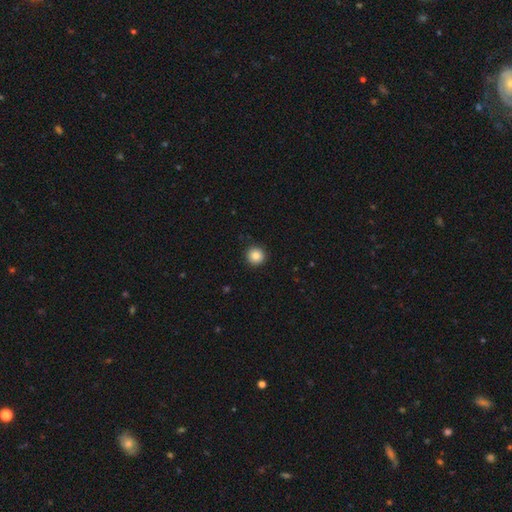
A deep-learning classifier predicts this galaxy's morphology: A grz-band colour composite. It shows a smooth galaxy with no disk features (86%) that is round (95%). Merging: none (92%).